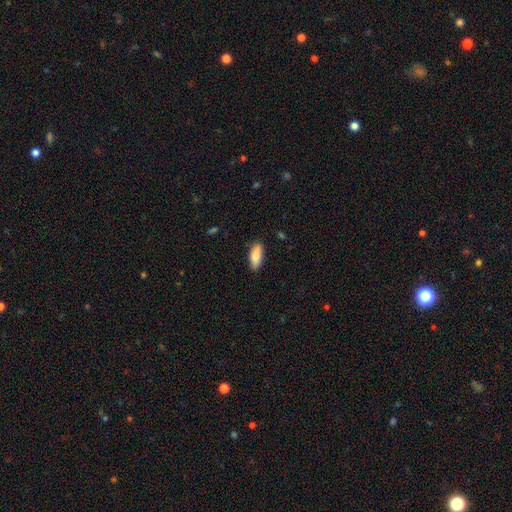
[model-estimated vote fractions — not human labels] The model was most divided on "how rounded": in between: 72%, cigar-shaped: 26%, round: 2%. More confident: smooth or featured — smooth (88%); merging — none (85%).